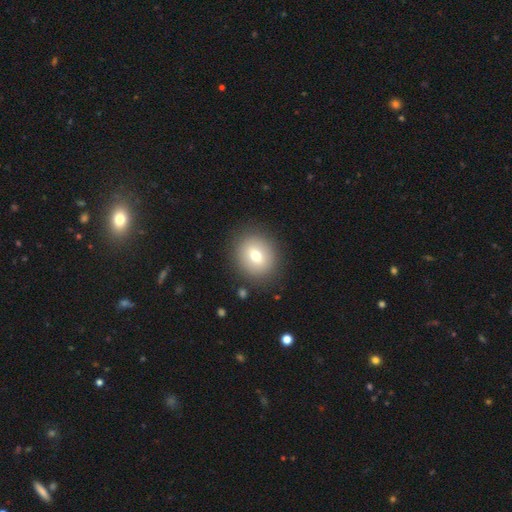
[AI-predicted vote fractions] This is likely a smooth galaxy (71%). How rounded: likely round (76%). Merging: clearly none (87%).